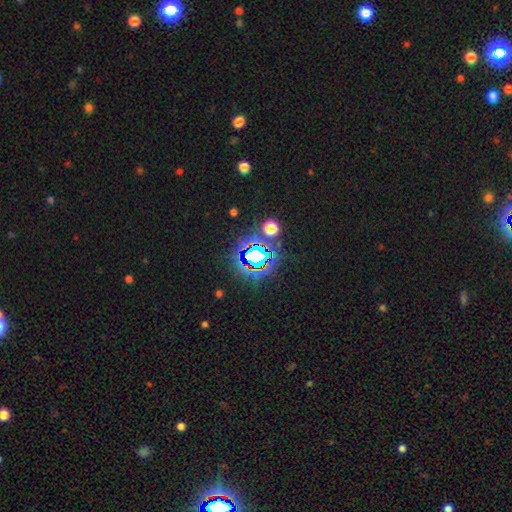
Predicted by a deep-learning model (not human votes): Smooth or featured? star or artifact (71%)